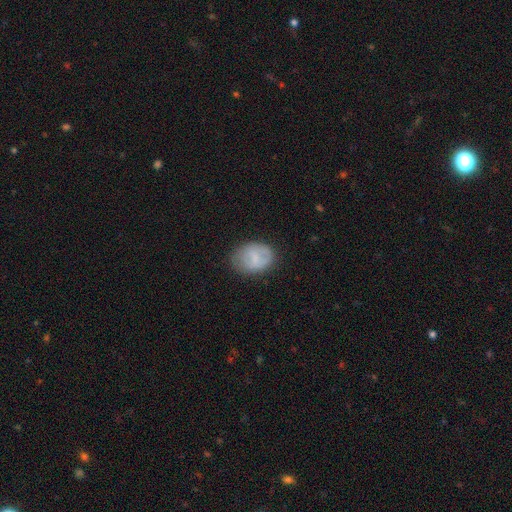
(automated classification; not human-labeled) A smooth galaxy with no disk features (64%) that is in between round and cigar-shaped (70%).

Vote fractions:
- Smooth or featured? smooth: 64% / featured or disk: 28% / star or artifact: 8%
- How rounded? in between: 70% / round: 29% / cigar-shaped: 1%
- Merging? none: 72% / minor disturbance: 20% / major disturbance: 7% / merger: 1%